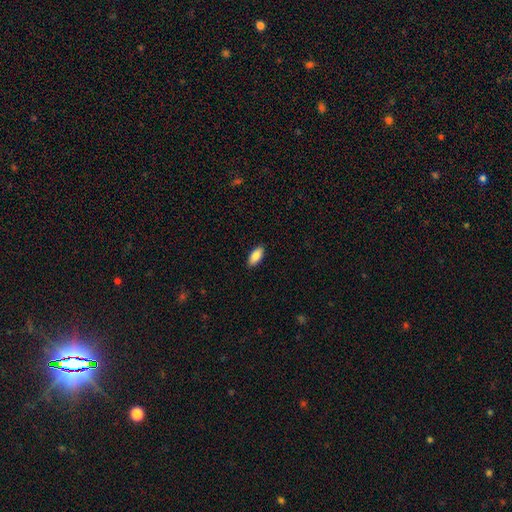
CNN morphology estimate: Smooth or featured? Predicted: smooth (p=0.89). How rounded? Predicted: in between (p=0.90). Merging? Predicted: none (p=0.89).